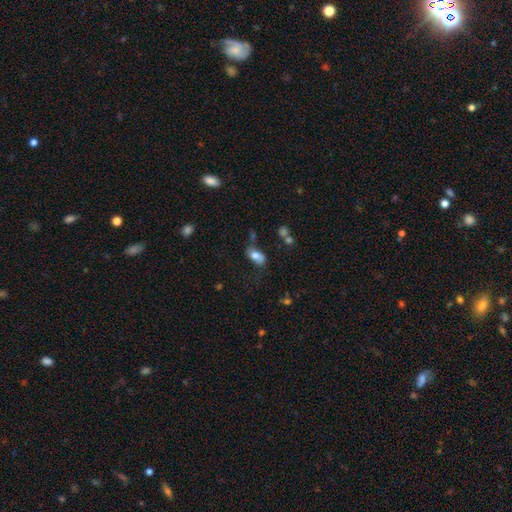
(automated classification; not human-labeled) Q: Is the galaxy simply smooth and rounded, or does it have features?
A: smooth — 71%.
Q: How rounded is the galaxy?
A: in between — 89%.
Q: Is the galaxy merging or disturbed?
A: none — 47%.